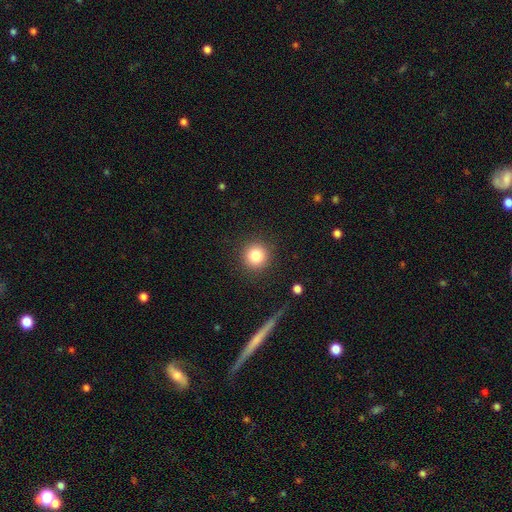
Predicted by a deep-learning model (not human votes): Smooth or featured? smooth (83%)
How rounded? round (94%)
Merging? none (89%)